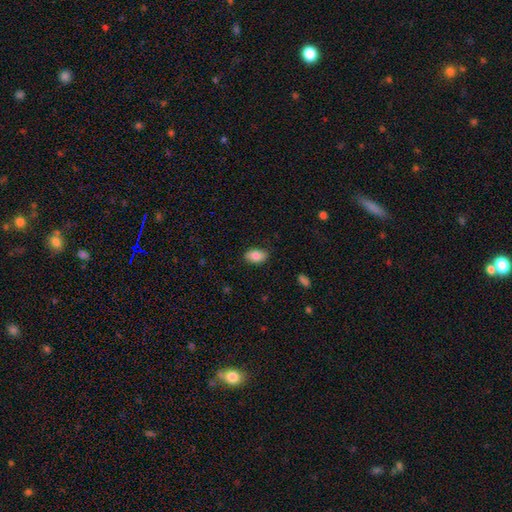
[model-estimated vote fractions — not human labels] Q: Smooth or featured?
A: smooth (84%); runner-up: featured or disk (9%)
Q: How rounded?
A: in between (91%); runner-up: round (7%)
Q: Merging?
A: none (85%); runner-up: minor disturbance (12%)